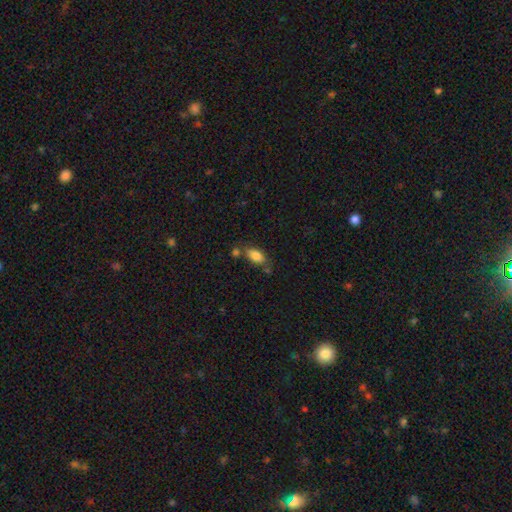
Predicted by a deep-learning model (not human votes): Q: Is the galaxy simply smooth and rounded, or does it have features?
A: smooth — 82%.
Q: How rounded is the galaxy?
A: in between — 89%.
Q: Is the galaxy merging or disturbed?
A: none — 60%.